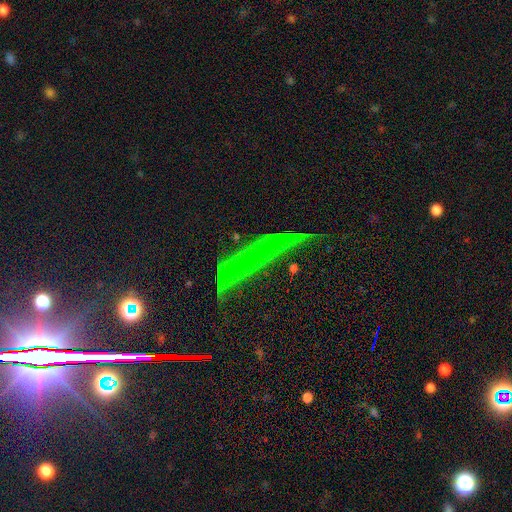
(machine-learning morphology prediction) Q: Smooth or featured?
A: star or artifact (74%); runner-up: featured or disk (14%)